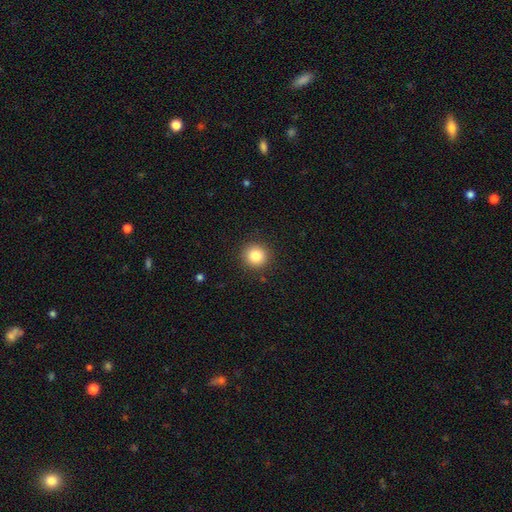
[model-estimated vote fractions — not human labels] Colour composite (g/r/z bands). It shows a smooth galaxy with no disk features (84%) that is round (92%). Merging: none (91%).